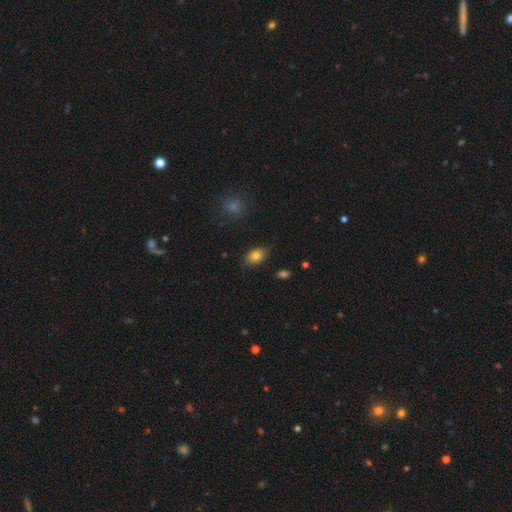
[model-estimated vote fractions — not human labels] Smooth or featured: smooth — 82% (featured or disk — 9%)
How rounded: in between — 85% (round — 13%)
Merging: none — 84% (minor disturbance — 11%)